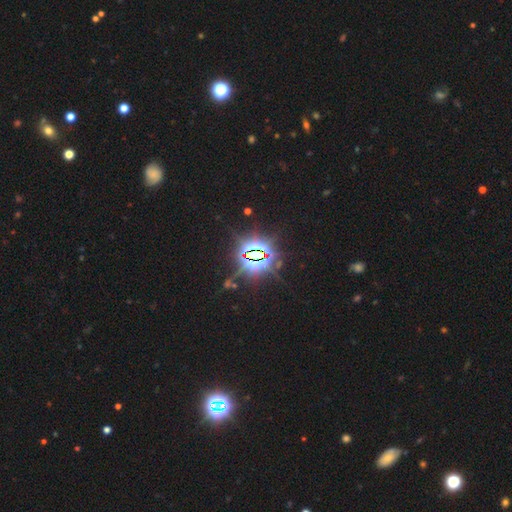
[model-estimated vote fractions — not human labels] Smooth or featured? star or artifact (85%)